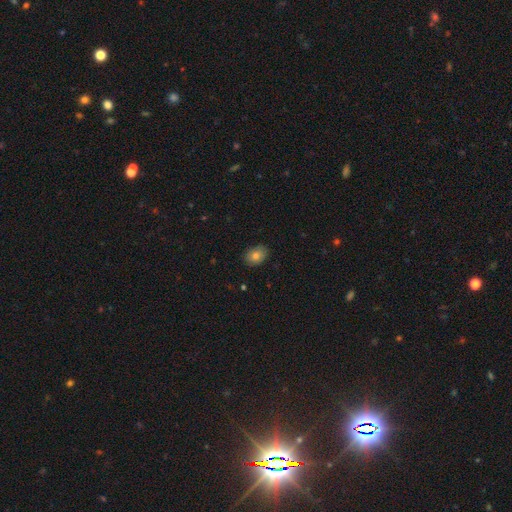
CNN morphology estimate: smooth_or_featured: smooth (p=0.80) [alt: featured or disk p=0.11]
how_rounded: in between (p=0.75) [alt: round p=0.24]
merging: none (p=0.86) [alt: minor disturbance p=0.11]